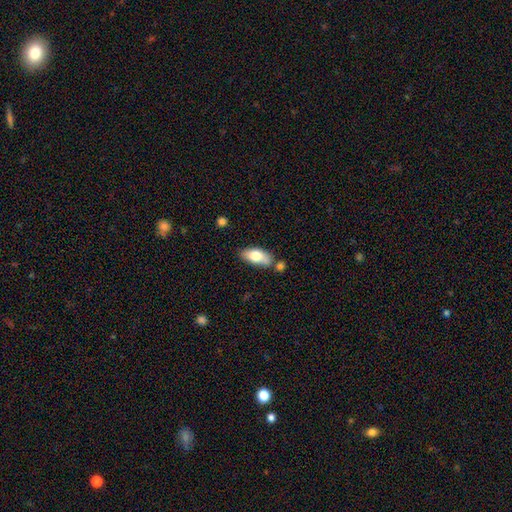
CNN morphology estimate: A smooth galaxy with no disk features (73%) that is in between round and cigar-shaped (86%). Merging: none (67%).